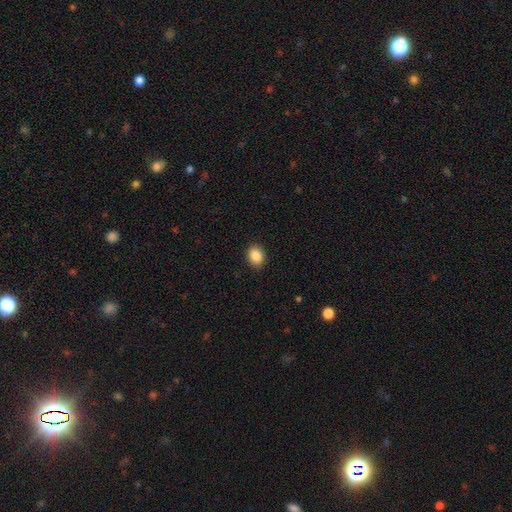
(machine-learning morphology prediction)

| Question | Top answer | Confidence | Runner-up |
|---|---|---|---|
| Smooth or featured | smooth | 88% | star or artifact (8%) |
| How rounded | in between | 55% | round (44%) |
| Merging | none | 91% | minor disturbance (7%) |